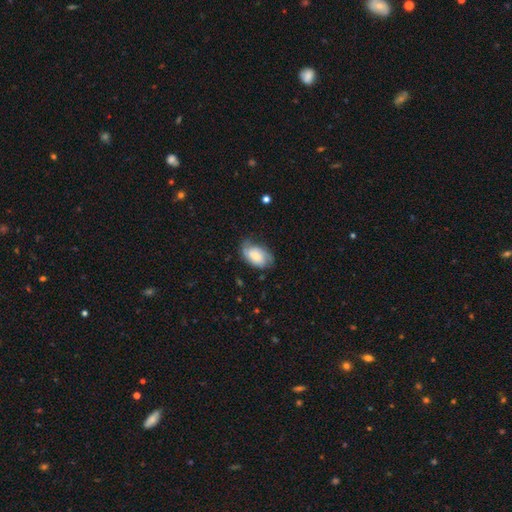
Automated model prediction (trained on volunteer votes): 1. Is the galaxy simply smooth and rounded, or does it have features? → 48% featured or disk, 45% smooth, 7% star or artifact.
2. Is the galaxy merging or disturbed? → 58% none, 29% minor disturbance, 11% major disturbance, 2% merger.